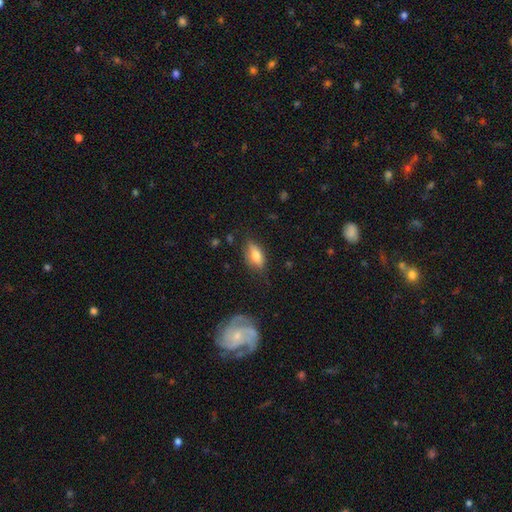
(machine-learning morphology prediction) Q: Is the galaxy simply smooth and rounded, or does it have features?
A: smooth — 70%.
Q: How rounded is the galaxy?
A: in between — 83%.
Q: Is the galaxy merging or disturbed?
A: none — 72%.